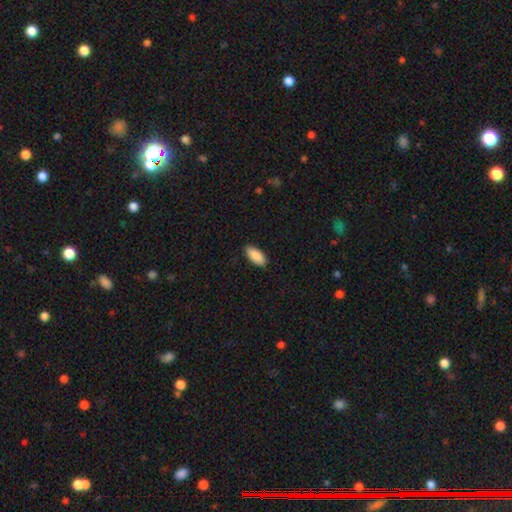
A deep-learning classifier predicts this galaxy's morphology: smooth_or_featured: smooth (p=0.90) [alt: star or artifact p=0.06]
how_rounded: in between (p=0.88) [alt: cigar-shaped p=0.10]
merging: none (p=0.86) [alt: minor disturbance p=0.11]